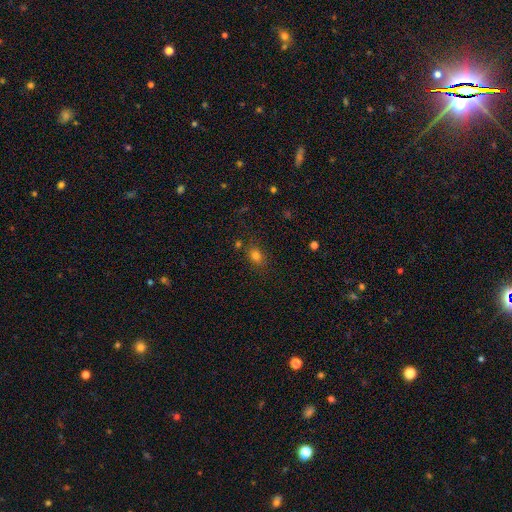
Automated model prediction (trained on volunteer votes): Q: Smooth or featured?
A: smooth (79%); runner-up: star or artifact (14%)
Q: How rounded?
A: in between (63%); runner-up: round (36%)
Q: Merging?
A: none (77%); runner-up: minor disturbance (14%)